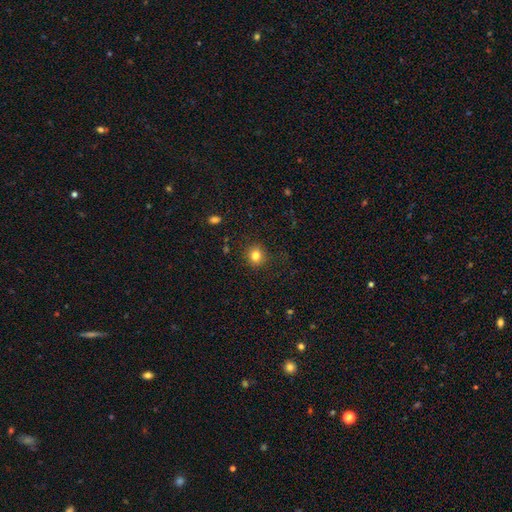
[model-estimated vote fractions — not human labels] Smooth or featured?
  - smooth: 80% *
  - star or artifact: 13%
  - featured or disk: 7%
How rounded?
  - round: 89% *
  - in between: 10%
  - cigar-shaped: 1%
Merging?
  - none: 89% *
  - minor disturbance: 7%
  - major disturbance: 2%
  - merger: 1%